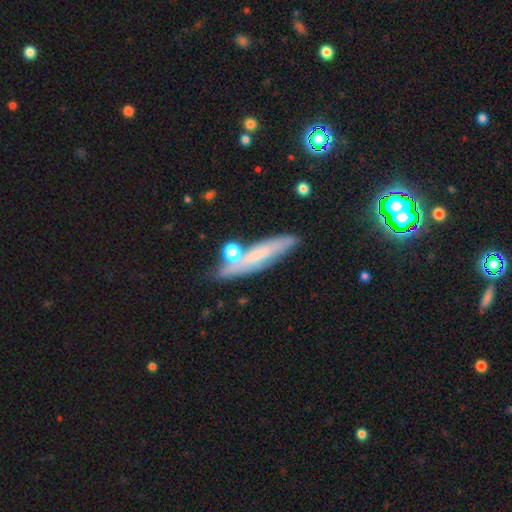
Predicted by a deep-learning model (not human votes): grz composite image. It shows a smooth galaxy with no disk features (46%). Merging: none (65%).